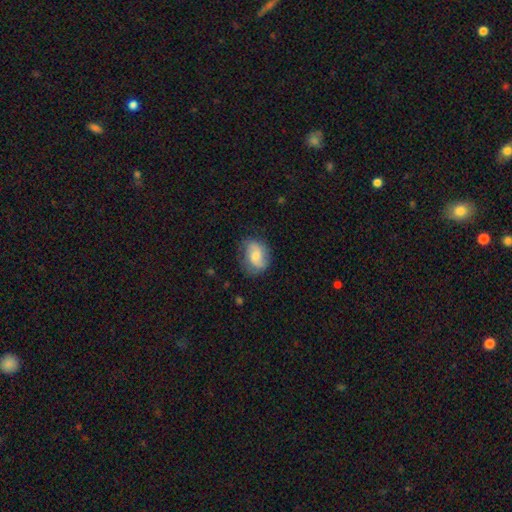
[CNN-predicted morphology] Overall: smooth (49%; featured or disk 43%). Merging: none (70%).